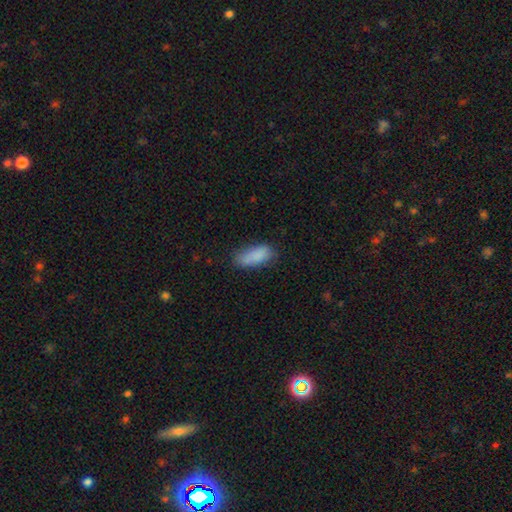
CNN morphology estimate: This is clearly a smooth galaxy (86%). How rounded: clearly in between (80%). Merging: likely none (68%).